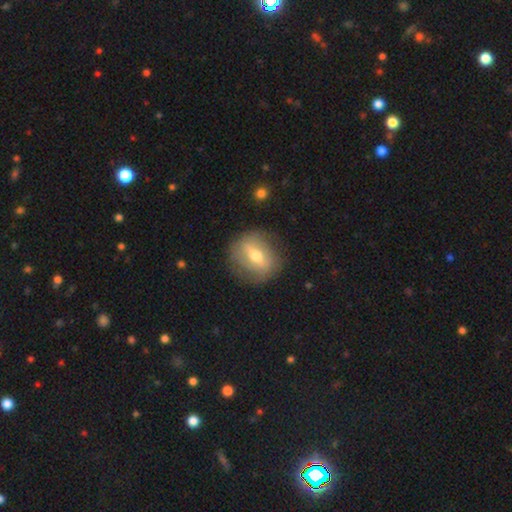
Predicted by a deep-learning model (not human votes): featured or disk 57%, smooth 35%, star or artifact 7%. Down the decision tree: edge-on disk — no (82%); merging — none (79%).